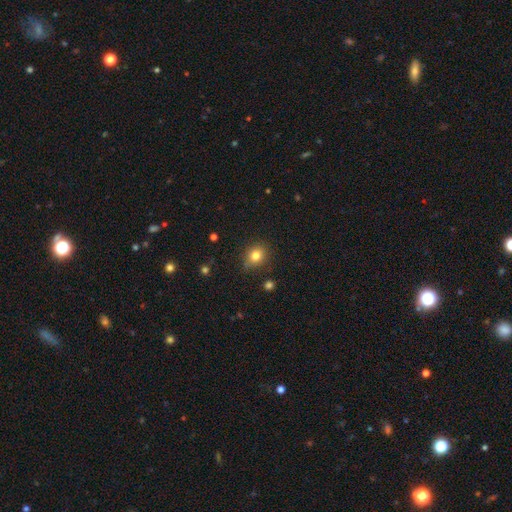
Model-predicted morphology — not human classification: Smooth or featured: smooth — 80% (star or artifact — 12%)
How rounded: round — 68% (in between — 31%)
Merging: none — 78% (minor disturbance — 16%)